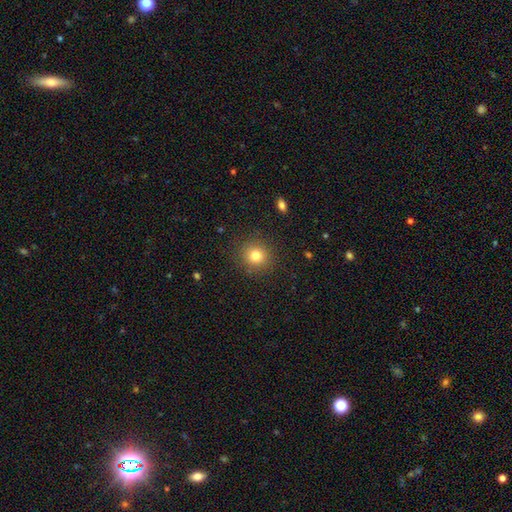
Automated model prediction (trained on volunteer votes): The model was most divided on "smooth or featured": smooth: 80%, star or artifact: 12%, featured or disk: 8%. More confident: how rounded — round (91%); merging — none (89%).